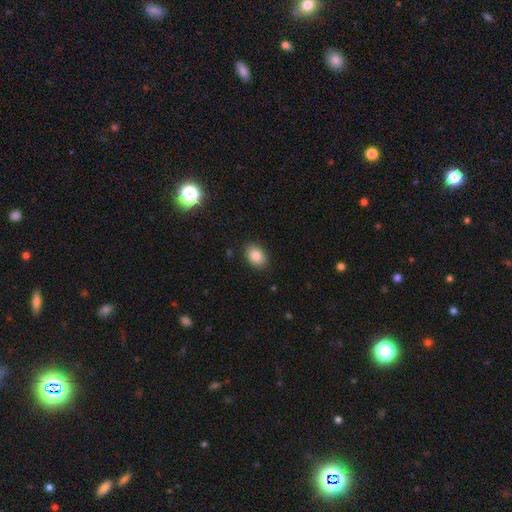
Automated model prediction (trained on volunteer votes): smooth_or_featured: smooth (p=0.85) [alt: star or artifact p=0.09]
how_rounded: in between (p=0.77) [alt: round p=0.22]
merging: none (p=0.87) [alt: minor disturbance p=0.09]